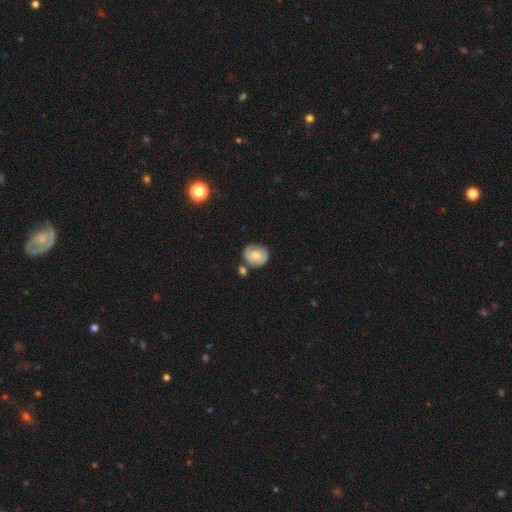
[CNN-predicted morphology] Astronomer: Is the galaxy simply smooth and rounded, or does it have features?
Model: smooth — 60%.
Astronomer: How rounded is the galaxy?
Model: round — 76%.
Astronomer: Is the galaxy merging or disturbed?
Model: none — 65%.